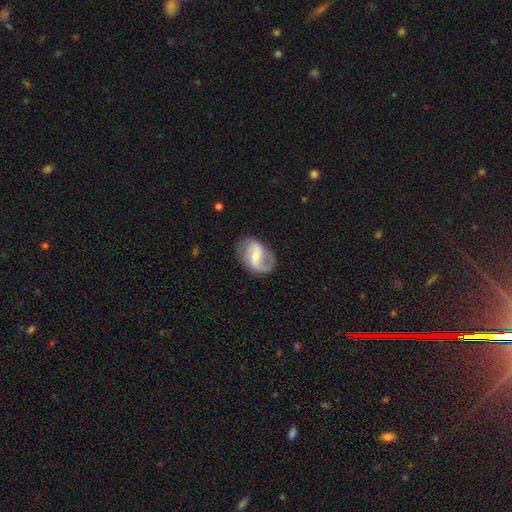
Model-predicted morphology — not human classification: smooth-or-featured: featured or disk: 78% | smooth: 16% | star or artifact: 6%
  disk-edge-on: no: 97% | yes: 3%
    bar: weak: 50% | strong: 32% | no: 18%
    has-spiral-arms: yes: 92% | no: 8%
      spiral-winding: loose: 49% | medium: 39% | tight: 12%
      spiral-arm-count: 2: 80% | 1: 12% | can't tell: 5% | 3: 1% | 4: 1% | more than 4: 1%
    bulge-size: small: 50% | moderate: 34% | none: 11% | large: 4% | dominant: 1%
  merging: none: 70% | minor disturbance: 18% | major disturbance: 10% | merger: 2%